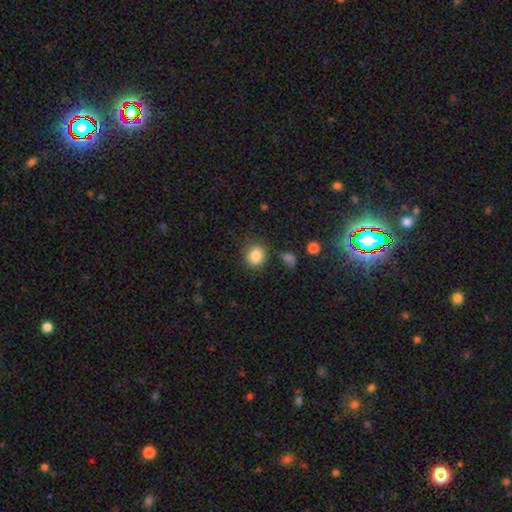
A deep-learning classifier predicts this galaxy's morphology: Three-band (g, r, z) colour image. It shows a smooth galaxy with no disk features (85%) that is round (81%). Merging: none (80%).